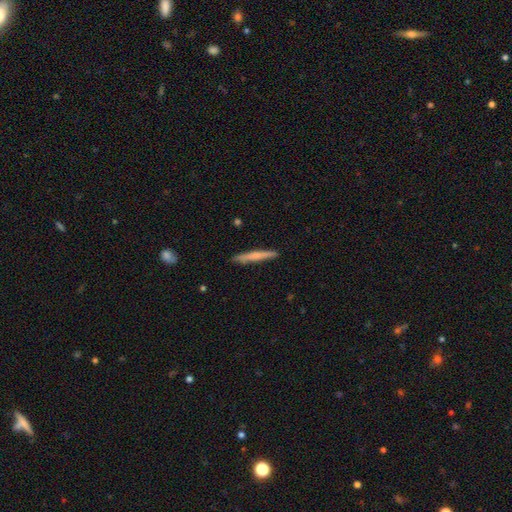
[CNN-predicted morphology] smooth_or_featured: smooth (p=0.64) [alt: featured or disk p=0.31]
how_rounded: cigar-shaped (p=0.96) [alt: in between p=0.03]
merging: none (p=0.89) [alt: minor disturbance p=0.08]